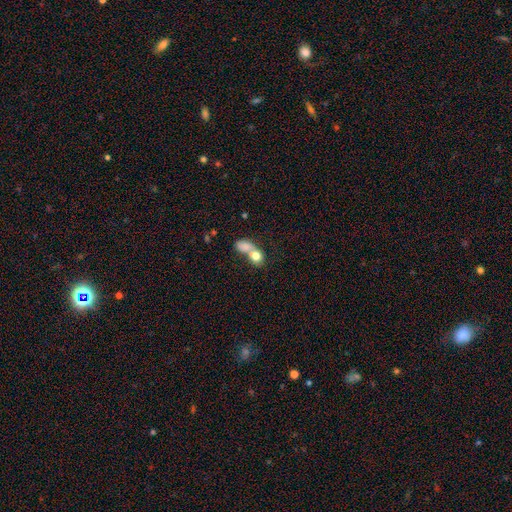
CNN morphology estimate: A smooth galaxy with no disk features (75%) that is in between round and cigar-shaped (51%).

Vote fractions:
- Smooth or featured? smooth: 75% / featured or disk: 16% / star or artifact: 8%
- How rounded? in between: 51% / round: 46% / cigar-shaped: 3%
- Merging? merger: 73% / none: 15% / major disturbance: 6% / minor disturbance: 6%